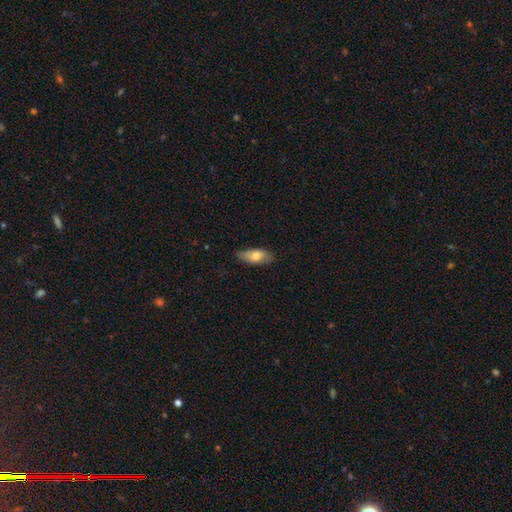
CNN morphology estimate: This is likely a smooth galaxy (76%). How rounded: clearly in between (85%). Merging: likely none (72%).